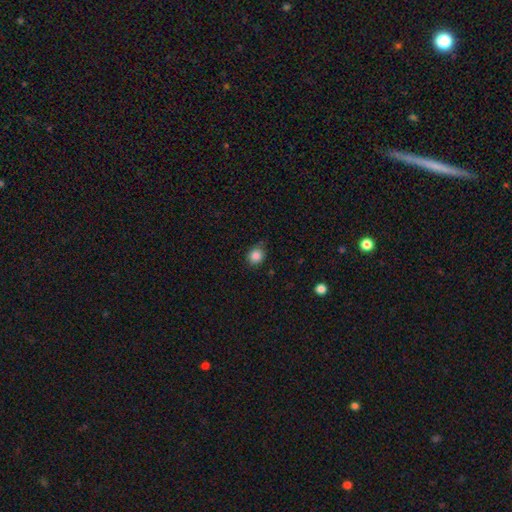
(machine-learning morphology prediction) Overall: smooth (85%). How rounded: round (78%). Merging: none (76%).